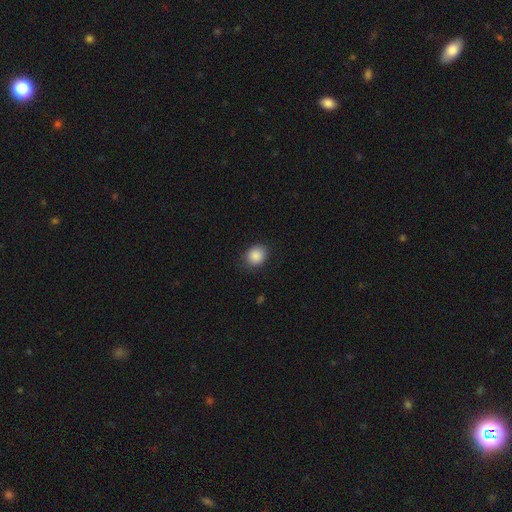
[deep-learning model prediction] Smooth or featured?
  - smooth: 88% *
  - star or artifact: 8%
  - featured or disk: 4%
How rounded?
  - round: 59% *
  - in between: 40%
  - cigar-shaped: 1%
Merging?
  - none: 84% *
  - minor disturbance: 12%
  - major disturbance: 3%
  - merger: 1%